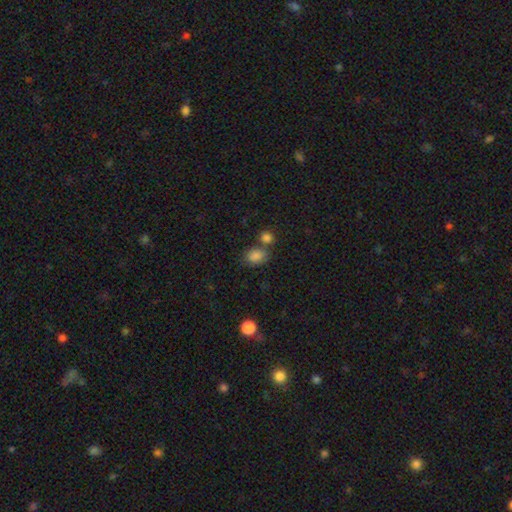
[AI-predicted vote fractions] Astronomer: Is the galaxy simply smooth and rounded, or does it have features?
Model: smooth — 83%.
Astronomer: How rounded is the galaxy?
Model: in between — 66%.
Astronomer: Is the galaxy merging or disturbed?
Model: none — 57%.